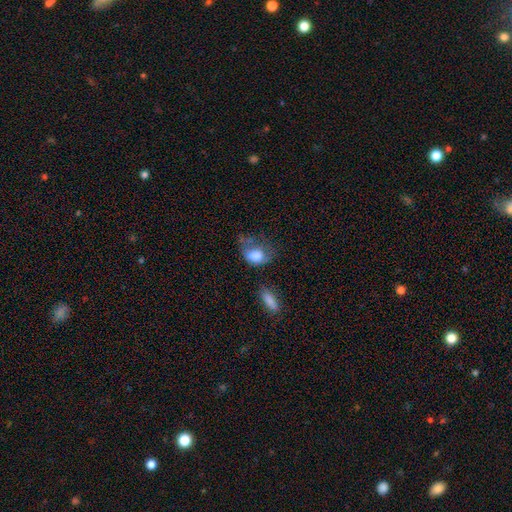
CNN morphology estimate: A smooth galaxy with no disk features (76%) that is in between round and cigar-shaped (70%). Merging: major disturbance (36%).